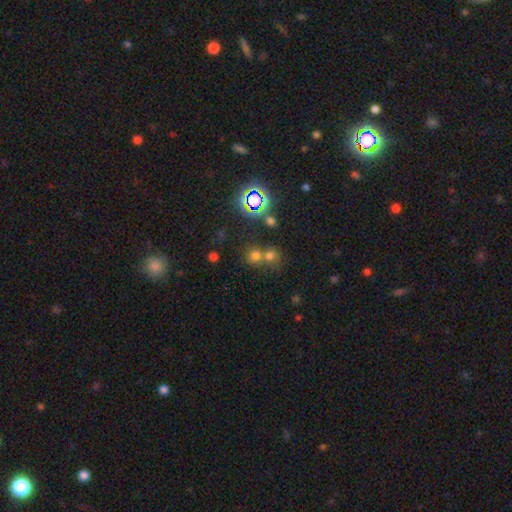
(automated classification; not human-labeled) Smooth or featured? smooth (62%)
How rounded? round (83%)
Merging? none (50%)